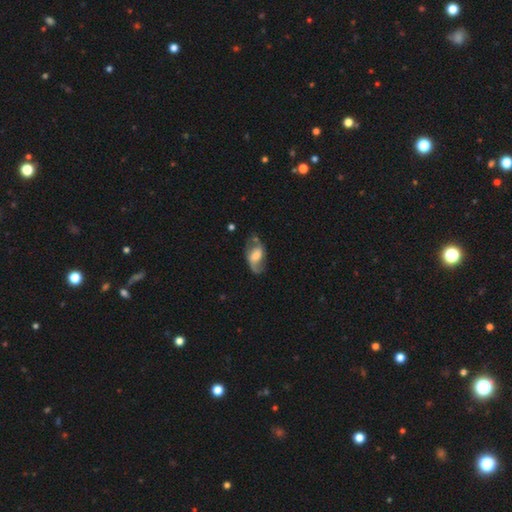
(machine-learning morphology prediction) smooth-or-featured: featured or disk: 59% | smooth: 33% | star or artifact: 7%
  disk-edge-on: no: 94% | yes: 6%
    bar: weak: 41% | no: 40% | strong: 19%
    has-spiral-arms: yes: 77% | no: 23%
    bulge-size: large: 38% | moderate: 26% | none: 15% | small: 15% | dominant: 5%
  merging: none: 50% | minor disturbance: 26% | major disturbance: 20% | merger: 4%